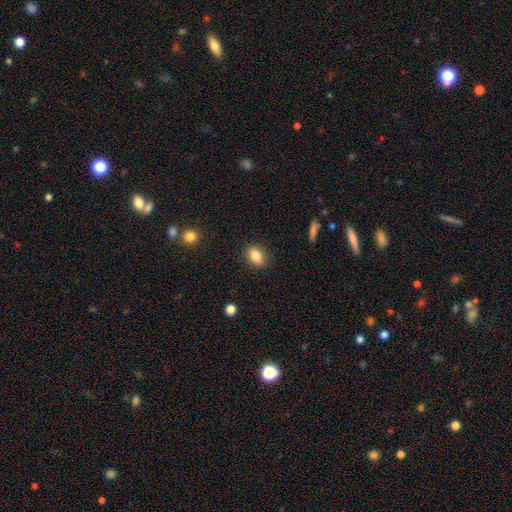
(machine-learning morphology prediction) smooth-or-featured: smooth: 84% | star or artifact: 8% | featured or disk: 8%
  how-rounded: in between: 77% | round: 21% | cigar-shaped: 3%
  merging: none: 87% | minor disturbance: 9% | major disturbance: 2% | merger: 1%